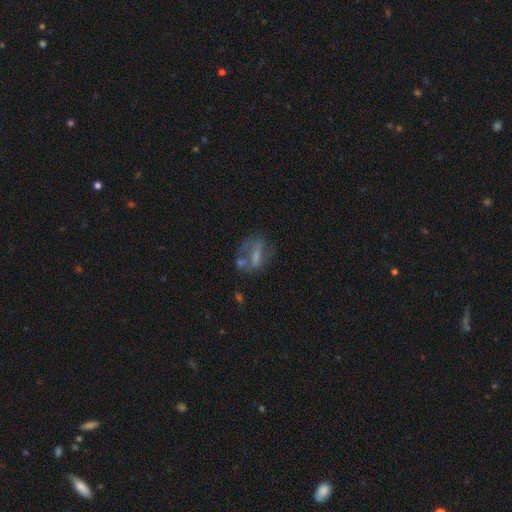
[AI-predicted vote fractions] featured or disk 48%, smooth 39%, star or artifact 12%. Down the decision tree: merging — none (42%).